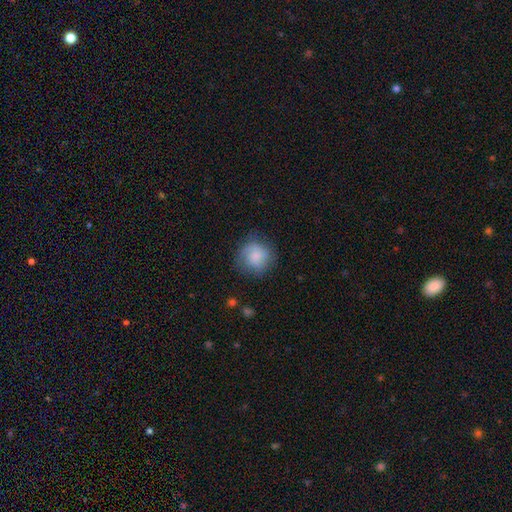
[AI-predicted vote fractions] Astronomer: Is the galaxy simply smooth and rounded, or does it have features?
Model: smooth — 79%.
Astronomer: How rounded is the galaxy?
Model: round — 89%.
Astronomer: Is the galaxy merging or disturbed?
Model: none — 71%.